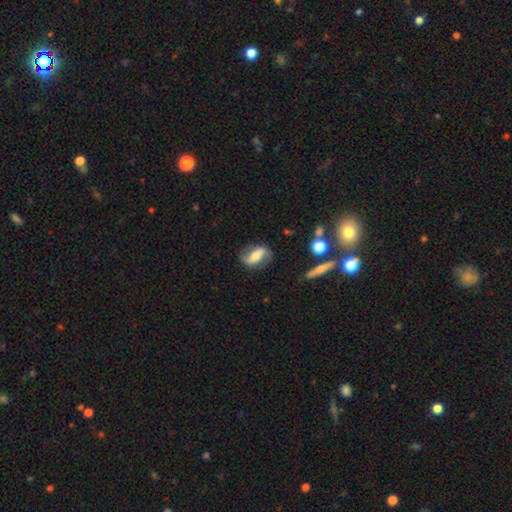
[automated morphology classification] Smooth or featured? Predicted: featured or disk (p=0.68). Edge-on disk? Predicted: no (p=0.92). Bar? Predicted: strong (p=0.48). Spiral arms? Predicted: yes (p=0.87). Spiral winding? Predicted: loose (p=0.57). Spiral arm count? Predicted: 2 (p=0.90). Bulge size? Predicted: moderate (p=0.50). Merging? Predicted: none (p=0.78).